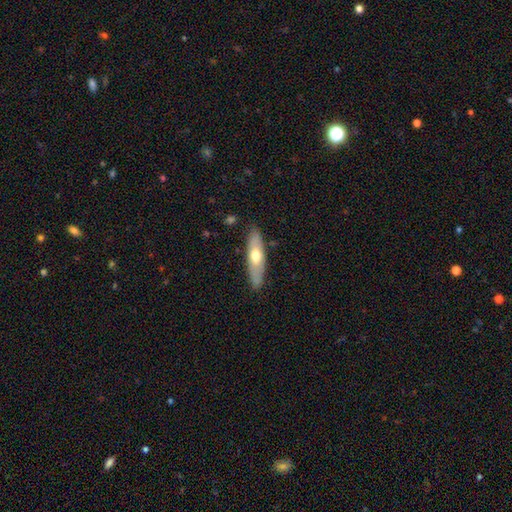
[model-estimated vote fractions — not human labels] smooth-or-featured: smooth: 53% | featured or disk: 41% | star or artifact: 5%
  how-rounded: cigar-shaped: 58% | in between: 40% | round: 2%
  merging: none: 84% | minor disturbance: 12% | major disturbance: 2% | merger: 2%